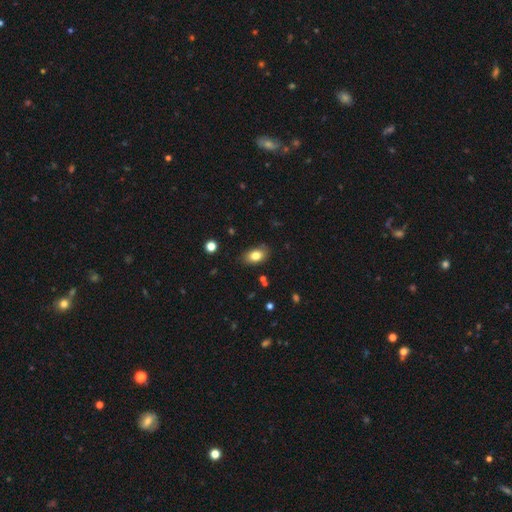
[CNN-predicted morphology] Smooth or featured? Predicted: smooth (p=0.81). How rounded? Predicted: in between (p=0.87). Merging? Predicted: none (p=0.81).